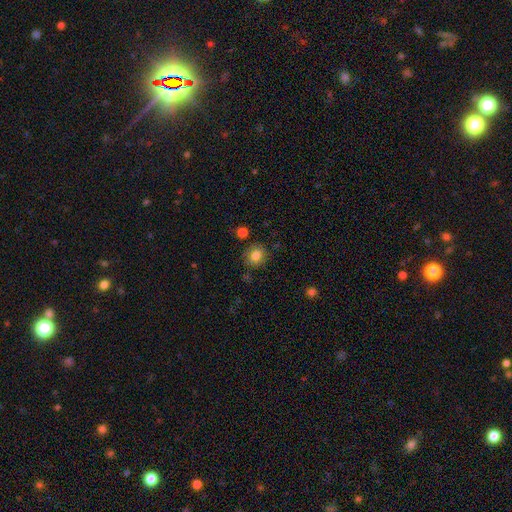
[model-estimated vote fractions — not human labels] smooth-or-featured: smooth: 83% | star or artifact: 10% | featured or disk: 7%
  how-rounded: round: 71% | in between: 28% | cigar-shaped: 1%
  merging: none: 80% | minor disturbance: 13% | major disturbance: 3% | merger: 3%